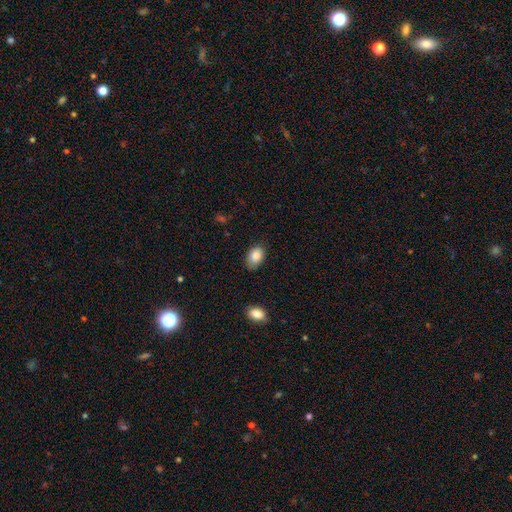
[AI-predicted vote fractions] A smooth galaxy with no disk features (85%) that is in between round and cigar-shaped (84%). Merging: none (75%).